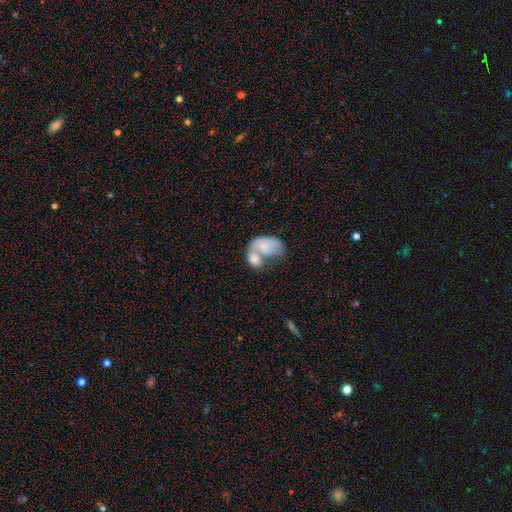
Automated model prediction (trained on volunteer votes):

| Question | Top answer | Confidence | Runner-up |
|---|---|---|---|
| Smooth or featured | smooth | 65% | featured or disk (29%) |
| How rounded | in between | 81% | round (17%) |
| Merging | merger | 68% | none (14%) |